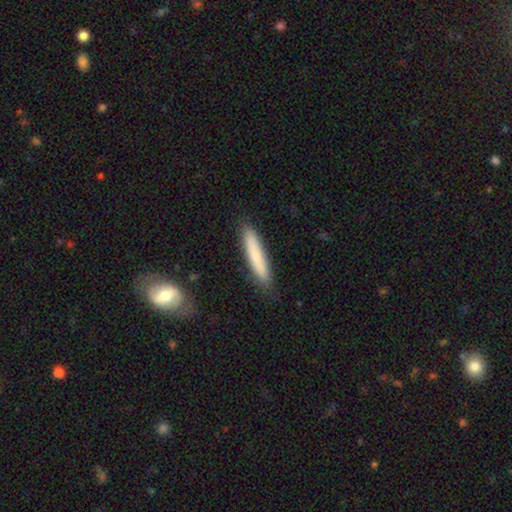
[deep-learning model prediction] Smooth or featured? Predicted: smooth (p=0.74). How rounded? Predicted: cigar-shaped (p=0.90). Merging? Predicted: none (p=0.87).